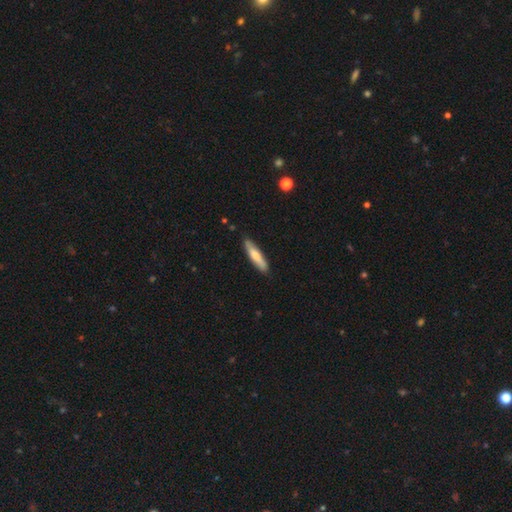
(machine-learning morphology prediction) Smooth or featured? smooth (70%)
How rounded? cigar-shaped (83%)
Merging? none (85%)